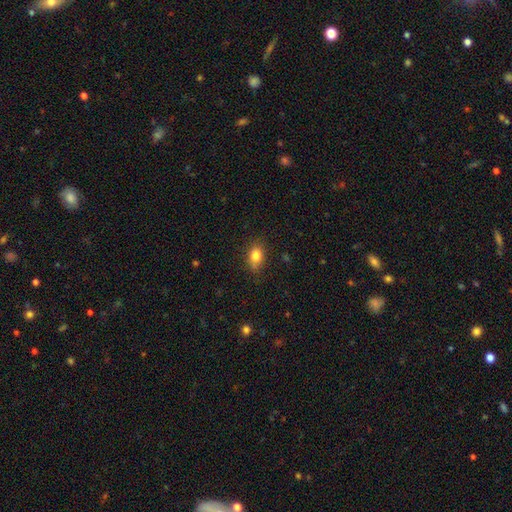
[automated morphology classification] Q: Smooth or featured?
A: smooth (83%); runner-up: star or artifact (10%)
Q: How rounded?
A: in between (74%); runner-up: round (24%)
Q: Merging?
A: none (75%); runner-up: minor disturbance (19%)